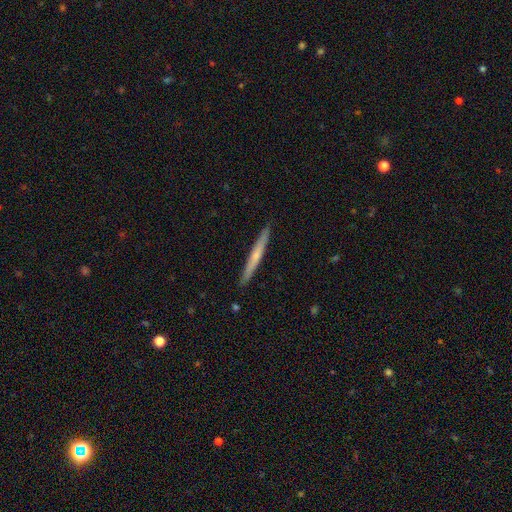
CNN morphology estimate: The model was most divided on "smooth or featured": featured or disk: 48%, smooth: 47%, star or artifact: 5%. More confident: merging — none (92%).